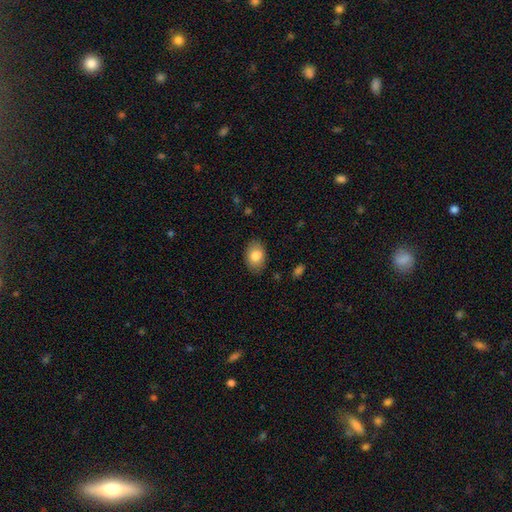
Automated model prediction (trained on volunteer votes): Smooth or featured: smooth — 83% (featured or disk — 10%)
How rounded: in between — 84% (round — 15%)
Merging: none — 84% (minor disturbance — 12%)